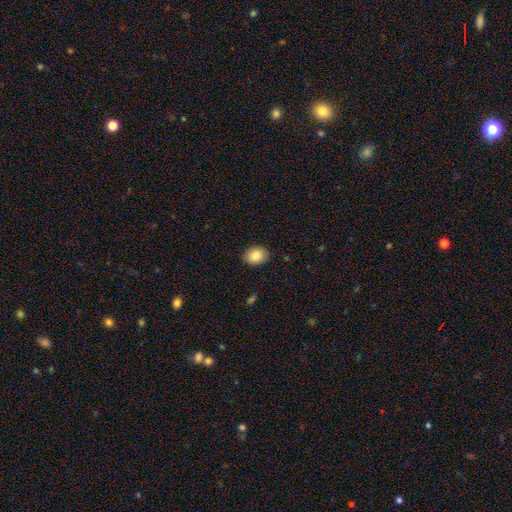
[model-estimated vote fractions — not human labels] This appears to be a smooth galaxy with no disk features (87%) that is in between round and cigar-shaped (65%). Merging: none (88%).